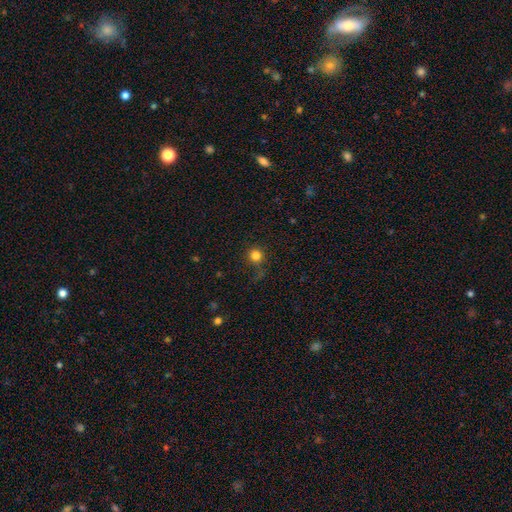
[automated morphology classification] The model was most divided on "smooth or featured": smooth: 81%, star or artifact: 14%, featured or disk: 5%. More confident: how rounded — round (94%); merging — none (80%).